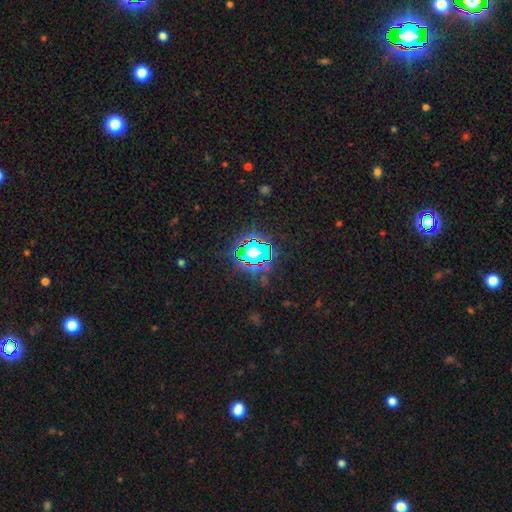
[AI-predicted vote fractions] Overall: star or artifact (80%).